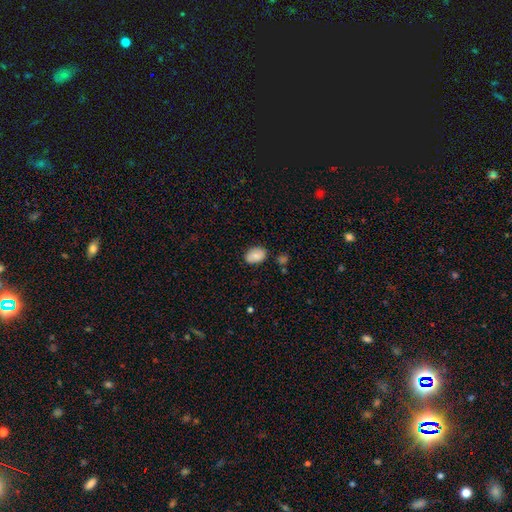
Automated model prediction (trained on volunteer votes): A smooth galaxy with no disk features (83%) that is in between round and cigar-shaped (84%).

Vote fractions:
- Smooth or featured? smooth: 83% / featured or disk: 10% / star or artifact: 7%
- How rounded? in between: 84% / round: 15% / cigar-shaped: 1%
- Merging? none: 78% / minor disturbance: 16% / merger: 3% / major disturbance: 3%